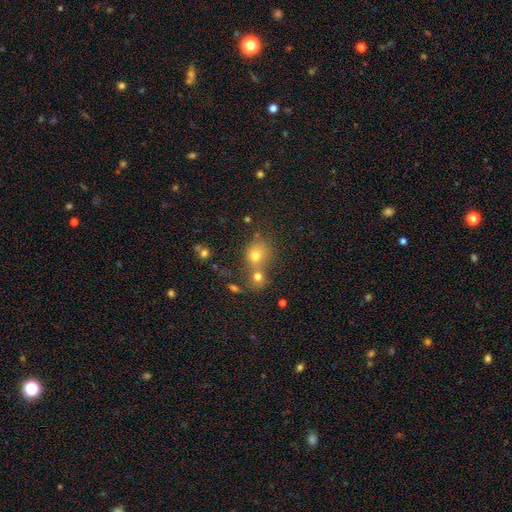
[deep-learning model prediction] Smooth or featured: smooth — 71% (star or artifact — 16%)
How rounded: round — 73% (in between — 26%)
Merging: merger — 49% (none — 37%)